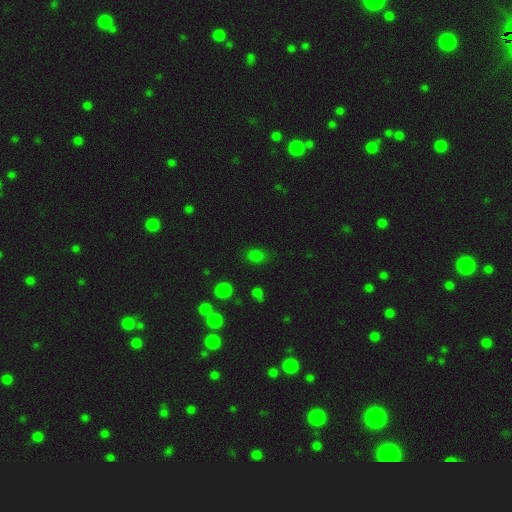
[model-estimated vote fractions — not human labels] A smooth galaxy with no disk features (76%) that is in between round and cigar-shaped (59%).

Vote fractions:
- Smooth or featured? smooth: 76% / star or artifact: 19% / featured or disk: 5%
- How rounded? in between: 59% / round: 39% / cigar-shaped: 2%
- Merging? none: 78% / minor disturbance: 14% / major disturbance: 5% / merger: 3%